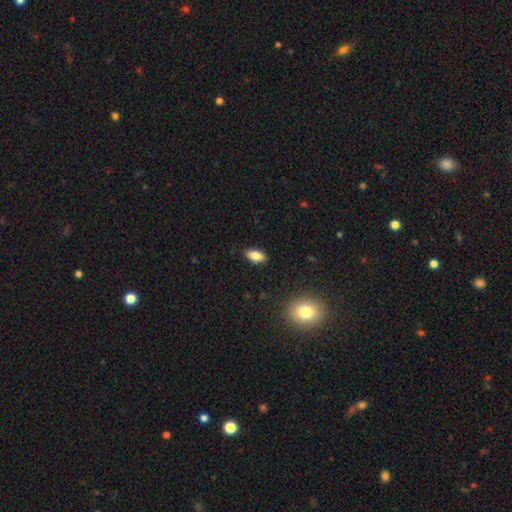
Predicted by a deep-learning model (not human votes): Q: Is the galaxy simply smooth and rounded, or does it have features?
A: smooth — 85%.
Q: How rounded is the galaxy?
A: in between — 89%.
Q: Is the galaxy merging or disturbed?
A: none — 88%.